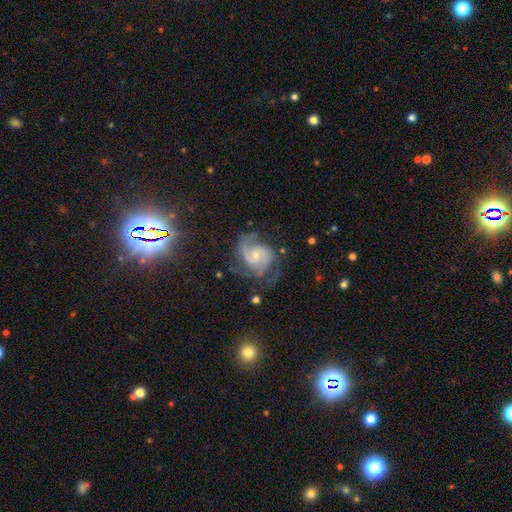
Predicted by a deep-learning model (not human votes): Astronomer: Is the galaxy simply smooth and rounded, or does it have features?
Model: featured or disk — 86%.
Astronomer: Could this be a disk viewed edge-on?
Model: no — 98%.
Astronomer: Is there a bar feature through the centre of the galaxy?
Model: no — 59% (runner-up: weak, 35%).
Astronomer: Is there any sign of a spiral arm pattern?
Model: yes — 96%.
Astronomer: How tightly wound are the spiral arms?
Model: medium — 50% (runner-up: tight, 33%).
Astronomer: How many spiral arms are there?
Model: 2 — 58%.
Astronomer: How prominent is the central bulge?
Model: small — 61%.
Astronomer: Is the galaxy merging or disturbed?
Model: none — 61%.